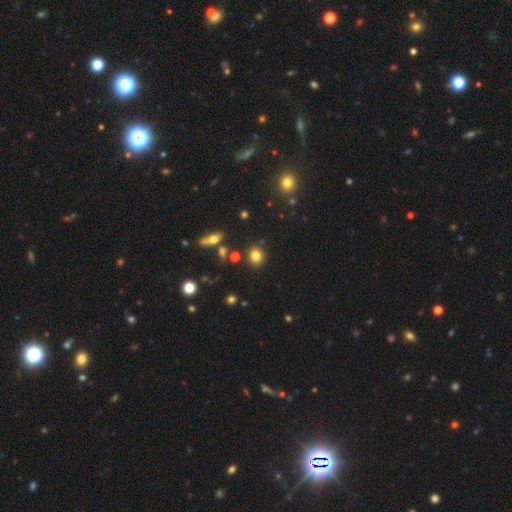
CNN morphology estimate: A smooth galaxy with no disk features (80%) that is round (72%). Merging: none (84%).